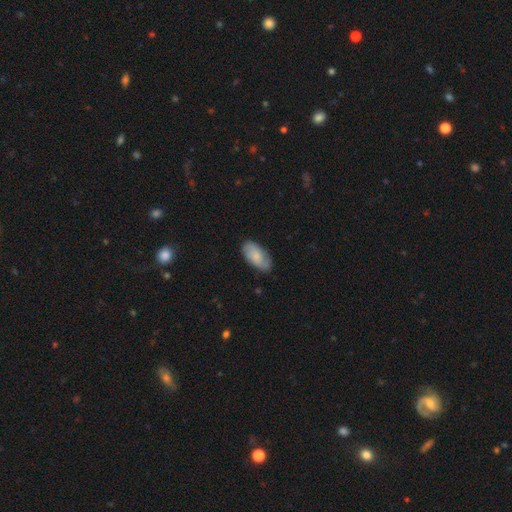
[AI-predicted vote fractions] smooth_or_featured: smooth (p=0.54) [alt: featured or disk p=0.40]
how_rounded: in between (p=0.94) [alt: cigar-shaped p=0.03]
merging: none (p=0.79) [alt: minor disturbance p=0.17]